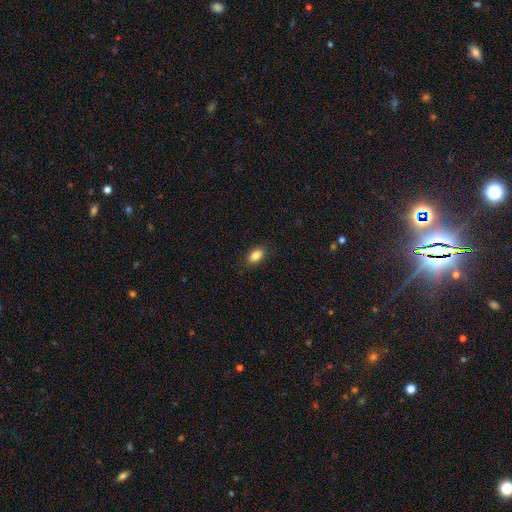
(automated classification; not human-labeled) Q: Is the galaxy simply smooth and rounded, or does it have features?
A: smooth — 86%.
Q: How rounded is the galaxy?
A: in between — 88%.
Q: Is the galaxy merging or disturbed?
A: none — 86%.